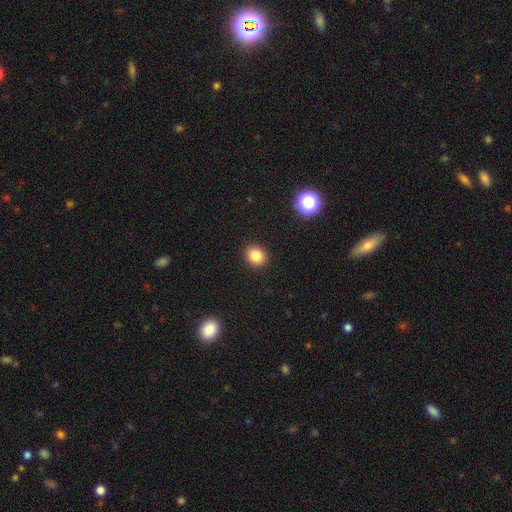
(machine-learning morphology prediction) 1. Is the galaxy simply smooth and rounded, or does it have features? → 84% smooth, 12% star or artifact, 5% featured or disk.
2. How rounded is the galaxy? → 68% round, 32% in between, 1% cigar-shaped.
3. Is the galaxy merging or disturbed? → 91% none, 6% minor disturbance, 2% major disturbance, 1% merger.